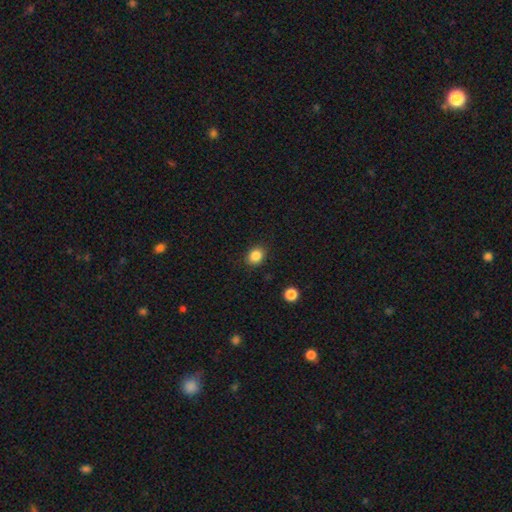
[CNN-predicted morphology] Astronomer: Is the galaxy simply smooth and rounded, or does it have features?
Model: smooth — 86%.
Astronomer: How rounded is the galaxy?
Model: round — 57% (runner-up: in between, 42%).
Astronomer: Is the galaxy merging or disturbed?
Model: none — 87%.